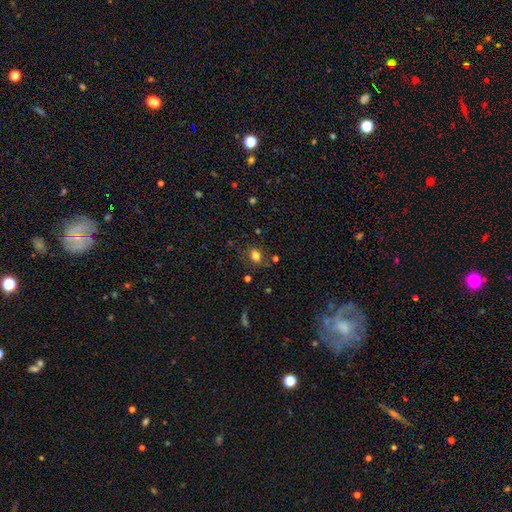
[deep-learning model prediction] Smooth or featured? Predicted: smooth (p=0.80). How rounded? Predicted: round (p=0.56). Merging? Predicted: none (p=0.78).